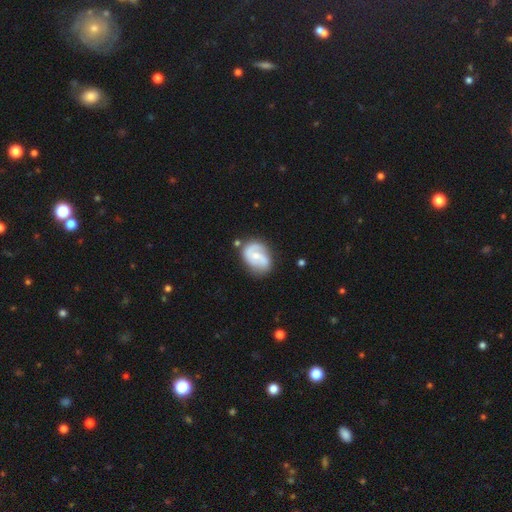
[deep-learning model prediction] Smooth or featured?
  - featured or disk: 76% *
  - smooth: 18%
  - star or artifact: 5%
Edge-on disk?
  - no: 98% *
  - yes: 2%
Bar?
  - no: 52% *
  - weak: 40%
  - strong: 8%
Spiral arms?
  - yes: 93% *
  - no: 7%
Spiral winding?
  - medium: 46% *
  - tight: 30%
  - loose: 24%
Spiral arm count?
  - 2: 74% *
  - 1: 12%
  - can't tell: 9%
  - 3: 3%
  - 4: 1%
  - more than 4: 1%
Bulge size?
  - small: 51% *
  - moderate: 43%
  - none: 3%
  - large: 2%
  - dominant: 1%
Merging?
  - none: 64% *
  - minor disturbance: 23%
  - major disturbance: 9%
  - merger: 4%